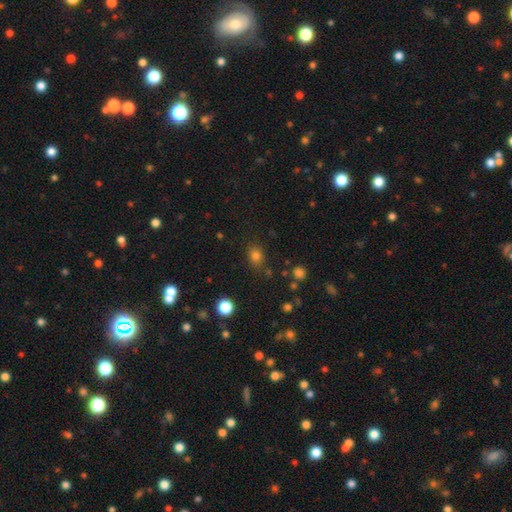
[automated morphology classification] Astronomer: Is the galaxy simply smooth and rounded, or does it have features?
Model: smooth — 79%.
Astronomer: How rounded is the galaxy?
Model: round — 53% (runner-up: in between, 46%).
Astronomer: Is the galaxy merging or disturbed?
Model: none — 79%.